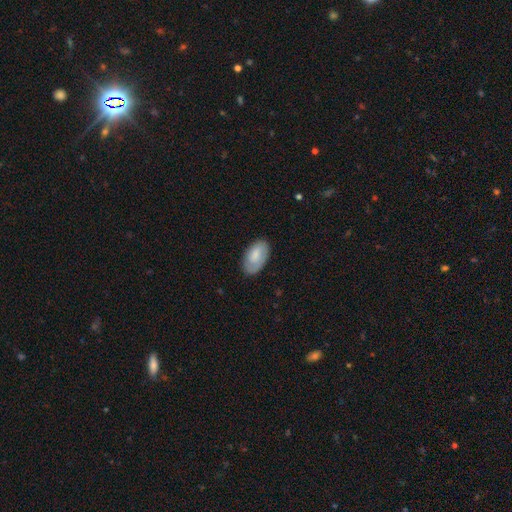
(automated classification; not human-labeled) Smooth or featured? smooth (71%)
How rounded? in between (94%)
Merging? none (77%)